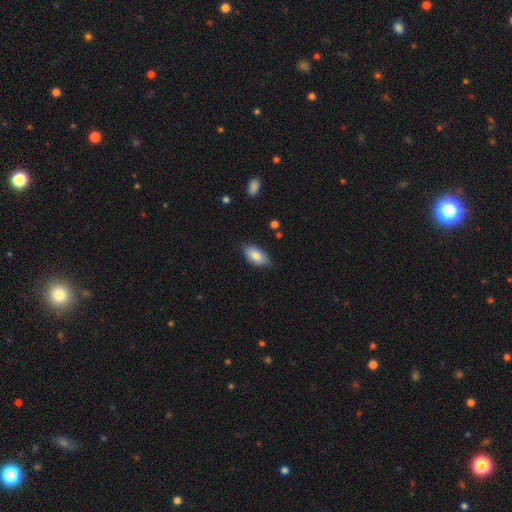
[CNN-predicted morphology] Overall: smooth (84%). How rounded: in between (93%). Merging: none (80%).